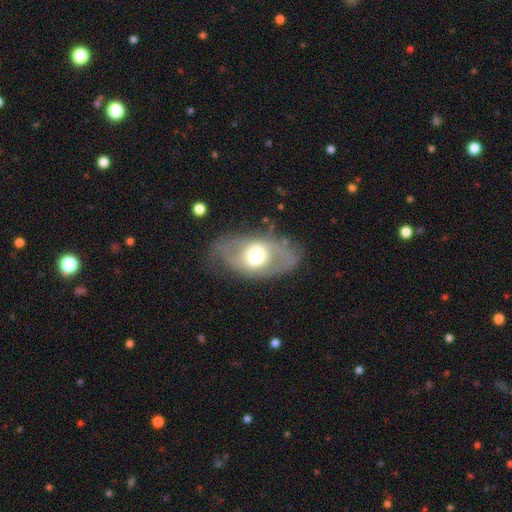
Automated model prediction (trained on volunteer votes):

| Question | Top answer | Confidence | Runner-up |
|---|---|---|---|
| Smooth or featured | featured or disk | 59% | smooth (34%) |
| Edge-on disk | no | 90% | yes (10%) |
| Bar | no | 53% | weak (31%) |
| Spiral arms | yes | 52% | no (48%) |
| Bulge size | moderate | 47% | large (37%) |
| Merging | none | 61% | minor disturbance (21%) |